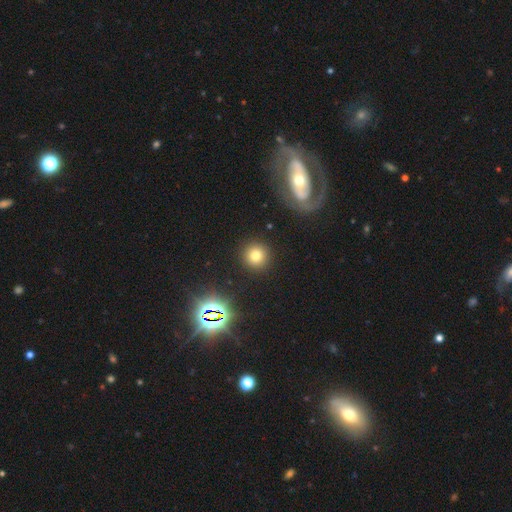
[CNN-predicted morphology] Smooth or featured: smooth — 74% (star or artifact — 17%)
How rounded: round — 93% (in between — 6%)
Merging: none — 90% (minor disturbance — 6%)